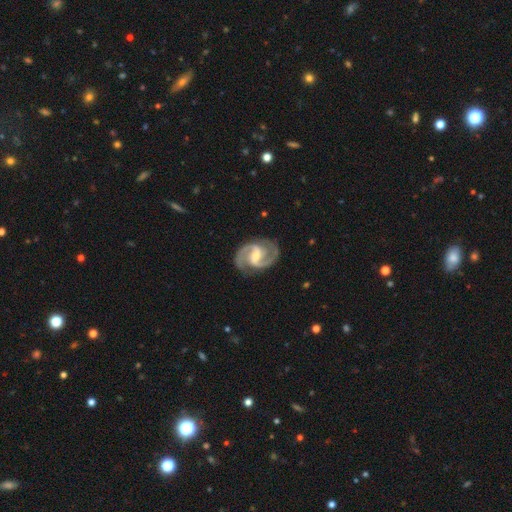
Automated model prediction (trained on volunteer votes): Overall: featured or disk (93%). Edge-on disk: no (98%). Bar: weak (48%; strong 35%). Spiral arms: yes (99%). Spiral arm count: 2 (93%). Spiral winding: medium (65%). Bulge size: moderate (48%; small 46%). Merging: none (84%).